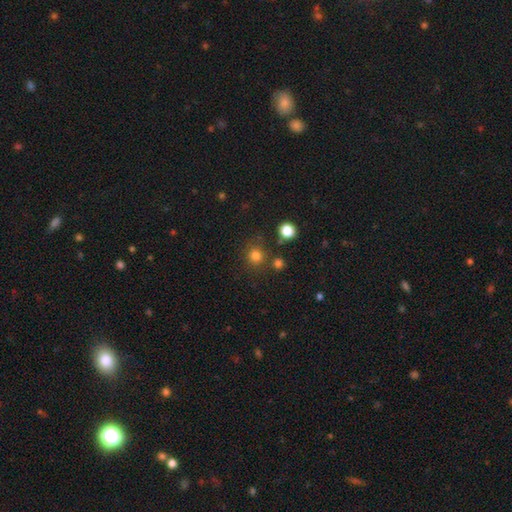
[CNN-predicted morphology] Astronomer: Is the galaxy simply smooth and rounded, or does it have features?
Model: smooth — 80%.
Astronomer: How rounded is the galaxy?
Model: round — 91%.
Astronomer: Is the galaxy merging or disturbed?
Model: none — 80%.